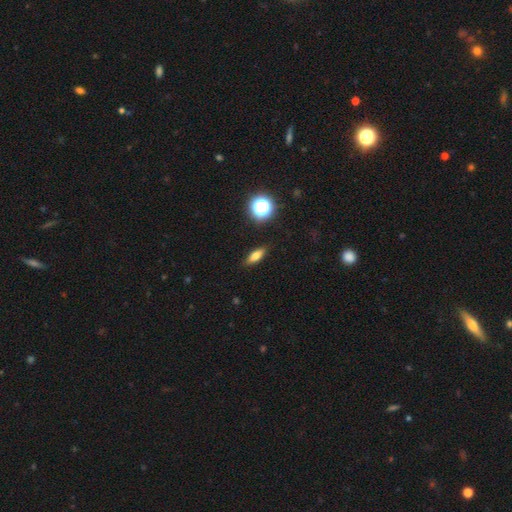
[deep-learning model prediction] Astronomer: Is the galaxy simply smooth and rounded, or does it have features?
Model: smooth — 68%.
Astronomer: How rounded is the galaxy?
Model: in between — 58%.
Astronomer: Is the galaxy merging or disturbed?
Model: none — 88%.